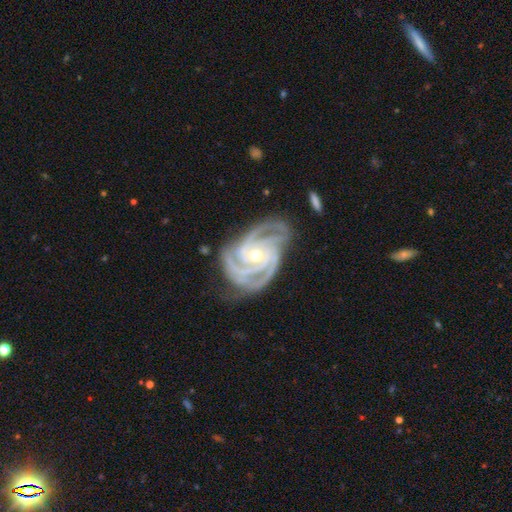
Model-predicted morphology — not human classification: smooth-or-featured: featured or disk: 94% | star or artifact: 4% | smooth: 2%
  disk-edge-on: no: 98% | yes: 2%
    bar: no: 69% | weak: 21% | strong: 10%
    has-spiral-arms: yes: 99% | no: 1%
      spiral-winding: tight: 72% | medium: 25% | loose: 3%
      spiral-arm-count: 3: 46% | 4: 32% | 2: 6% | can't tell: 6% | more than 4: 5% | 1: 4%
    bulge-size: small: 55% | moderate: 42% | large: 1% | none: 1% | dominant: 1%
  merging: none: 73% | minor disturbance: 19% | major disturbance: 6% | merger: 1%